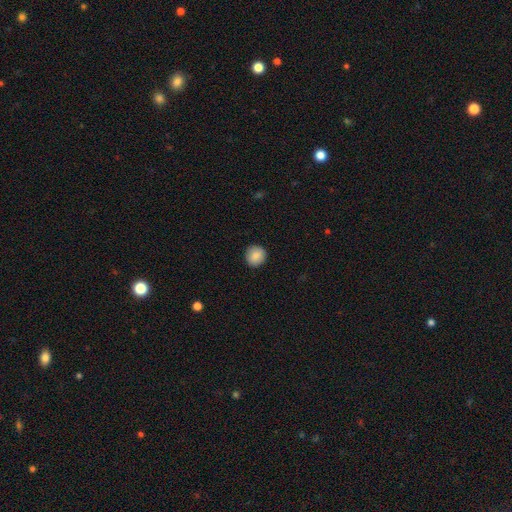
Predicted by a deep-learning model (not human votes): smooth_or_featured: smooth (p=0.86) [alt: star or artifact p=0.08]
how_rounded: round (p=0.90) [alt: in between p=0.09]
merging: none (p=0.90) [alt: minor disturbance p=0.07]